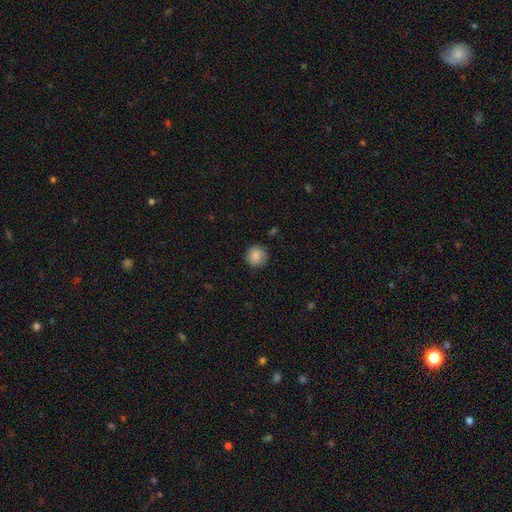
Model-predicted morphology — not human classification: A smooth galaxy with no disk features (87%) that is round (93%). Merging: none (84%).